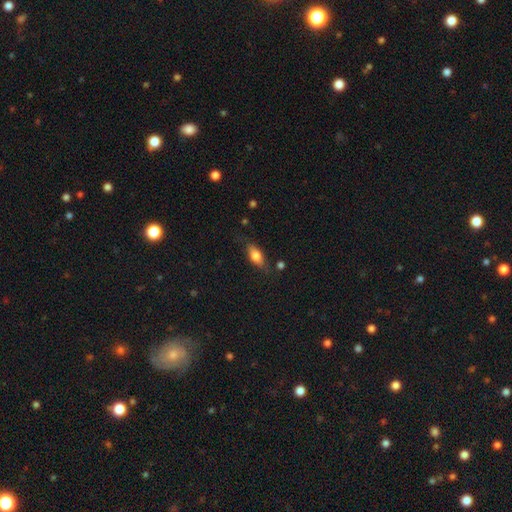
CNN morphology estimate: type=smooth (71%); roundness=in between (79%); merging=none (73%).